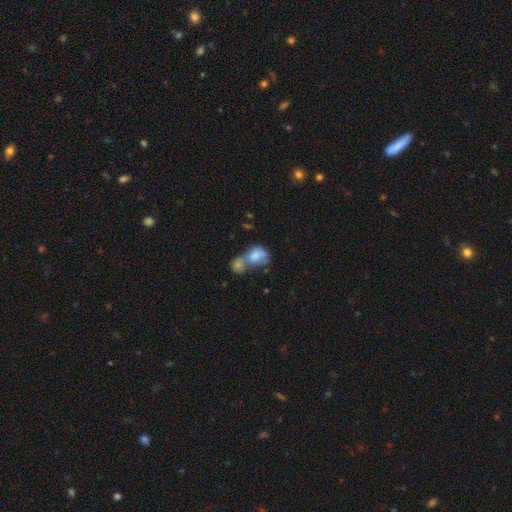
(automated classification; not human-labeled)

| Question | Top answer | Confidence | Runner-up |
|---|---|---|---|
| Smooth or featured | smooth | 75% | featured or disk (18%) |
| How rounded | in between | 66% | round (32%) |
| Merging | merger | 73% | none (13%) |